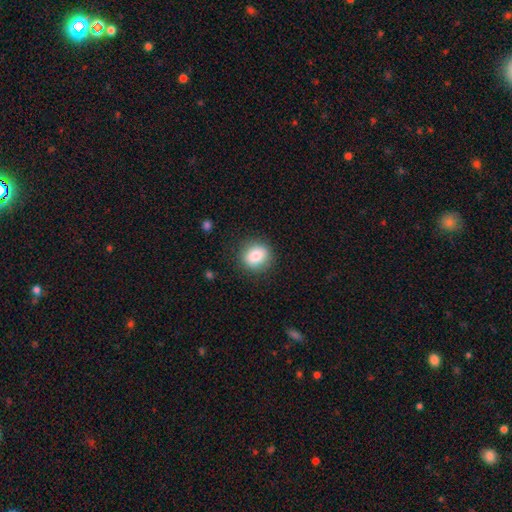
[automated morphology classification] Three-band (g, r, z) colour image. It shows a smooth galaxy with no disk features (82%) that is round (79%). Merging: none (87%).